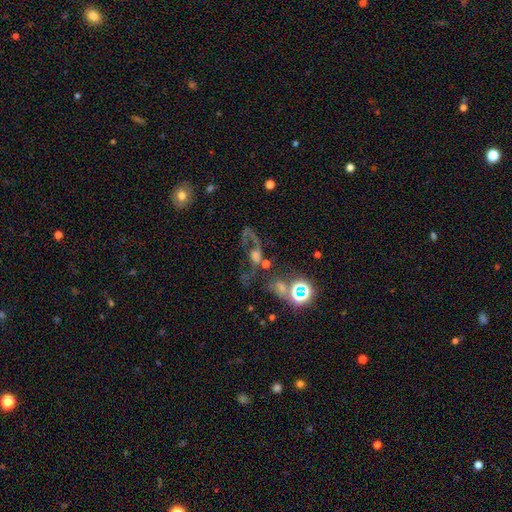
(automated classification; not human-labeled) smooth-or-featured: featured or disk: 49% | star or artifact: 30% | smooth: 21%
  merging: none: 34% | major disturbance: 33% | merger: 20% | minor disturbance: 13%